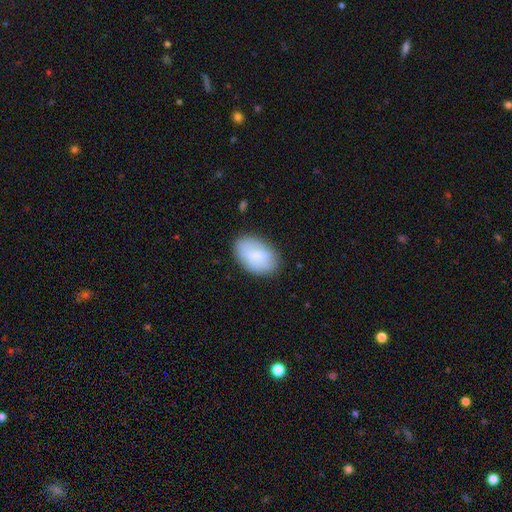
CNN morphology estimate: smooth_or_featured: smooth (p=0.73) [alt: featured or disk p=0.20]
how_rounded: in between (p=0.90) [alt: round p=0.08]
merging: none (p=0.80) [alt: minor disturbance p=0.15]